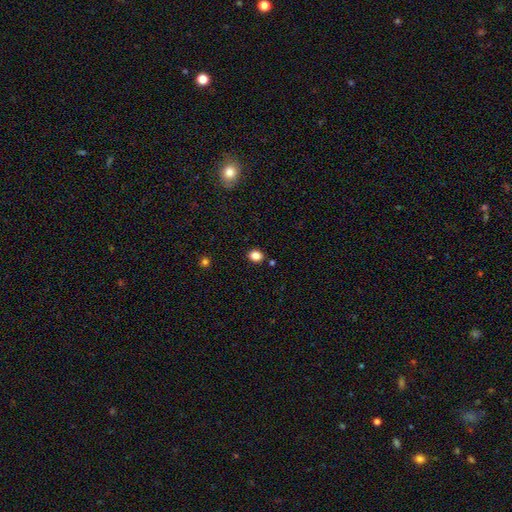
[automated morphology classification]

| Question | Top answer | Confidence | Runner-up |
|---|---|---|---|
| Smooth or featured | smooth | 85% | star or artifact (11%) |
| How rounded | round | 53% | in between (46%) |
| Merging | none | 87% | minor disturbance (8%) |